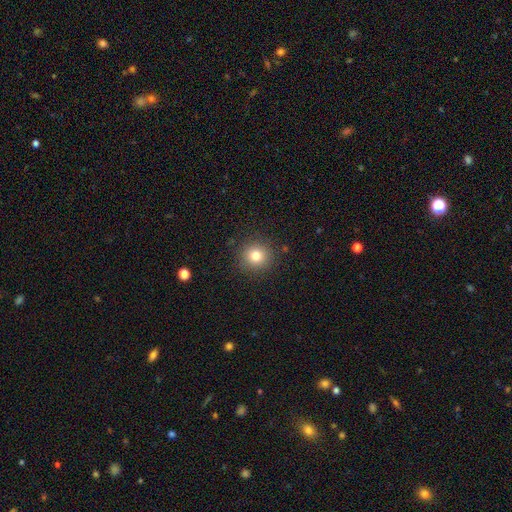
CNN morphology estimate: This is likely a smooth galaxy (79%). How rounded: clearly round (93%). Merging: clearly none (89%).